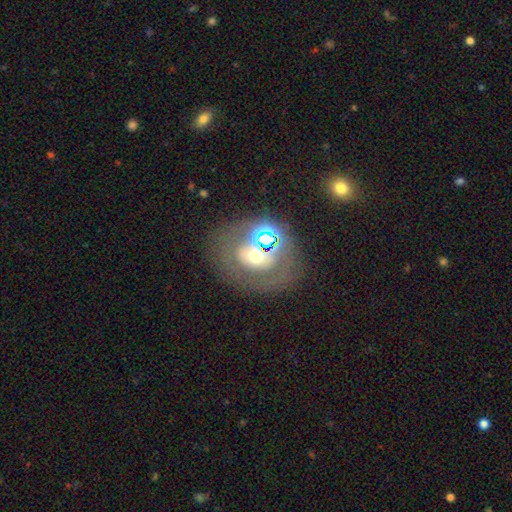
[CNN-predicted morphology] type=smooth (42%); merging=none (60%).